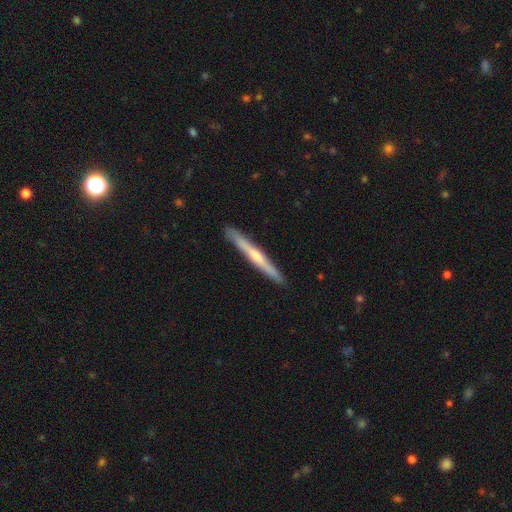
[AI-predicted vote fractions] The model was most divided on "smooth or featured": featured or disk: 65%, smooth: 29%, star or artifact: 6%. More confident: edge-on disk — yes (97%); merging — none (90%); edge-on bulge — rounded (73%).